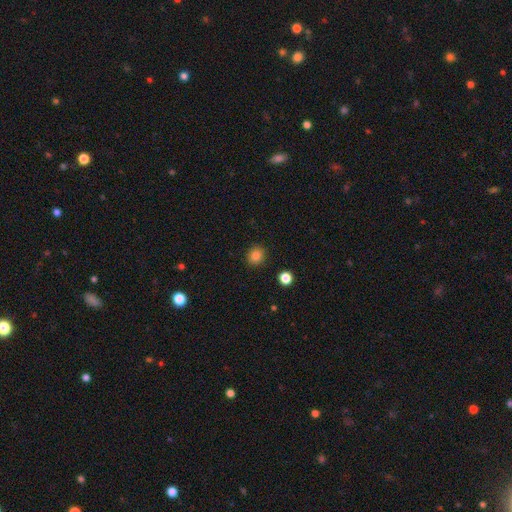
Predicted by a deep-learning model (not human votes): This is clearly a smooth galaxy (84%). How rounded: clearly round (83%). Merging: clearly none (91%).